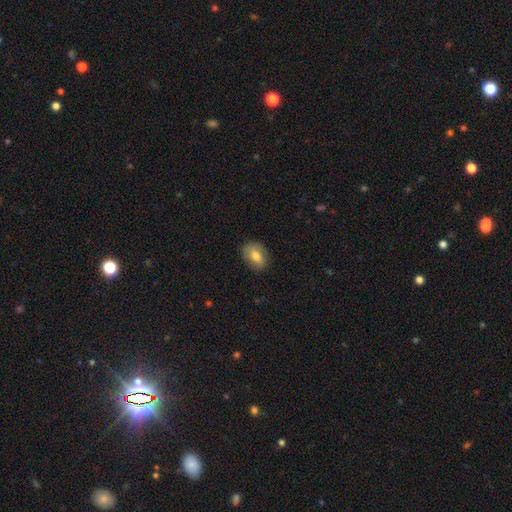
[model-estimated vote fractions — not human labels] Smooth or featured: smooth — 72% (featured or disk — 20%)
How rounded: in between — 74% (round — 24%)
Merging: none — 83% (minor disturbance — 13%)